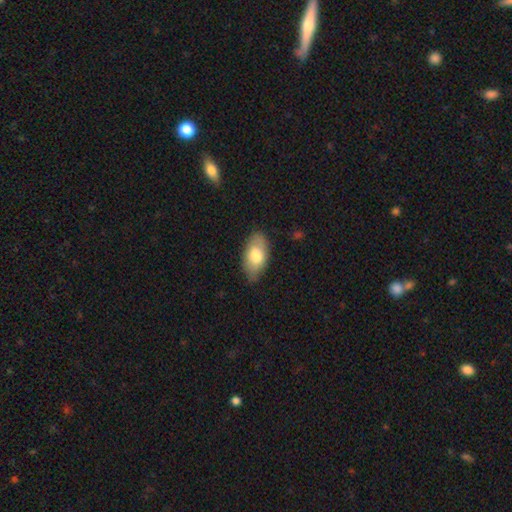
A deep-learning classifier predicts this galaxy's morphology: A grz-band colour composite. It shows a smooth galaxy with no disk features (72%) that is in between round and cigar-shaped (93%). Merging: none (76%).